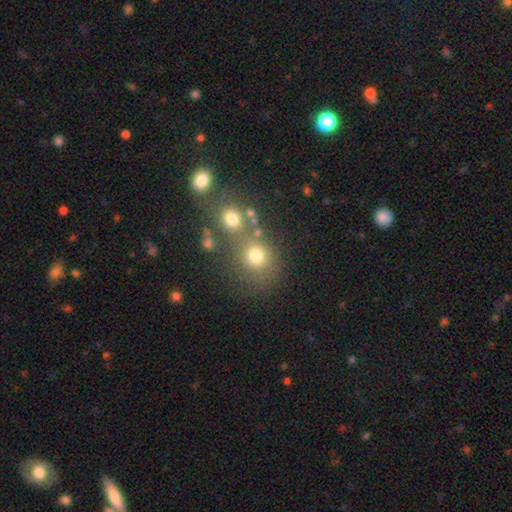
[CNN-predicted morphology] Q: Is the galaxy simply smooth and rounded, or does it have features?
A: smooth — 73%.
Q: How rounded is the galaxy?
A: round — 78%.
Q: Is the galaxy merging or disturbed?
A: none — 52%.